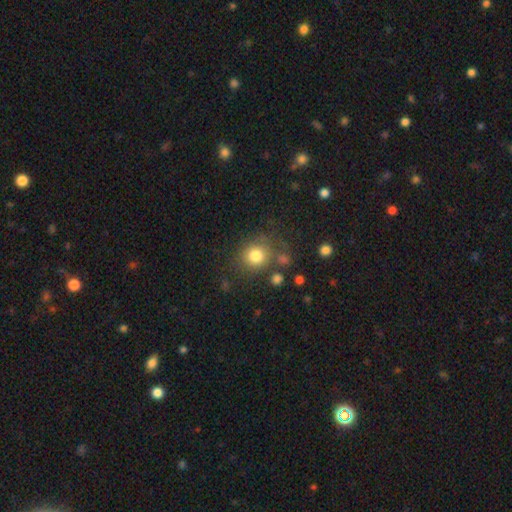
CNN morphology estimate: A smooth galaxy with no disk features (80%) that is round (85%). Merging: none (74%).